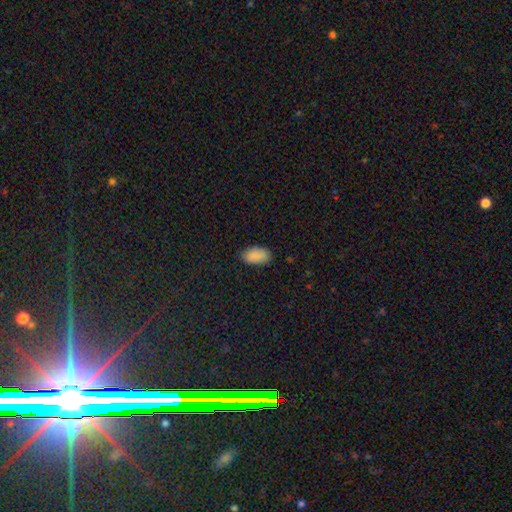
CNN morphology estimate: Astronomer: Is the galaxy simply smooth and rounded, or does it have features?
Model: smooth — 88%.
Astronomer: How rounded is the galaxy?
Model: in between — 94%.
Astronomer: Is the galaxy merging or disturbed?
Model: none — 83%.